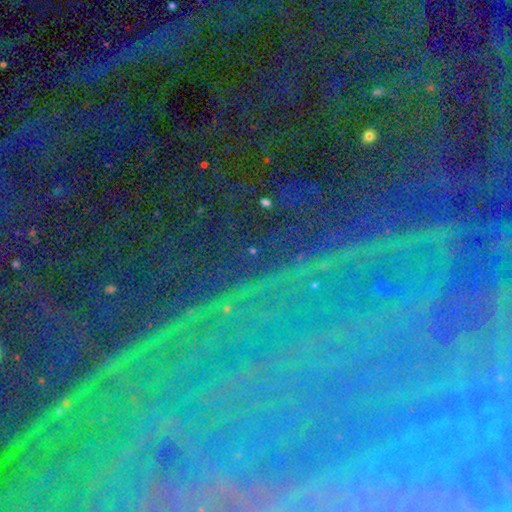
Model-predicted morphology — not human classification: This appears to be a star or artifact, not a galaxy (85%).